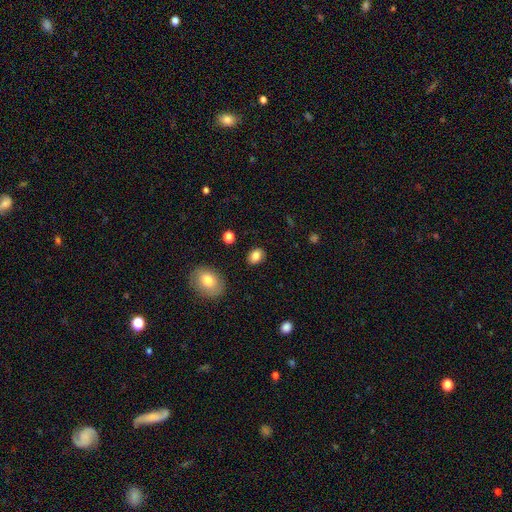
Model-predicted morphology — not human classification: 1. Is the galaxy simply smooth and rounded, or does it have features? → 84% smooth, 9% star or artifact, 7% featured or disk.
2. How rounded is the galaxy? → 68% in between, 30% round, 1% cigar-shaped.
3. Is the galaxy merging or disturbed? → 86% none, 9% minor disturbance, 3% major disturbance, 2% merger.